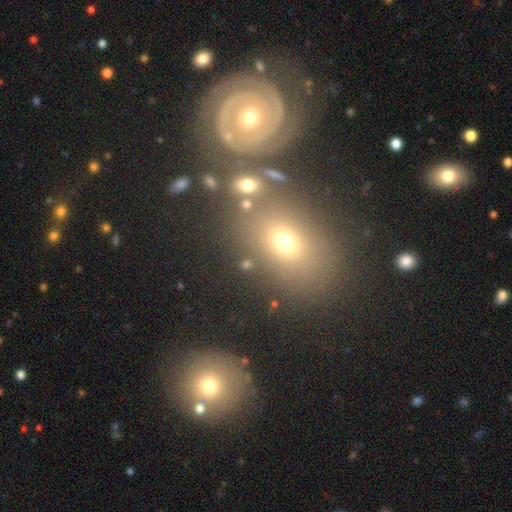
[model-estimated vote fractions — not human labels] smooth-or-featured: smooth: 41% | featured or disk: 39% | star or artifact: 19%
  merging: none: 72% | minor disturbance: 13% | merger: 10% | major disturbance: 5%